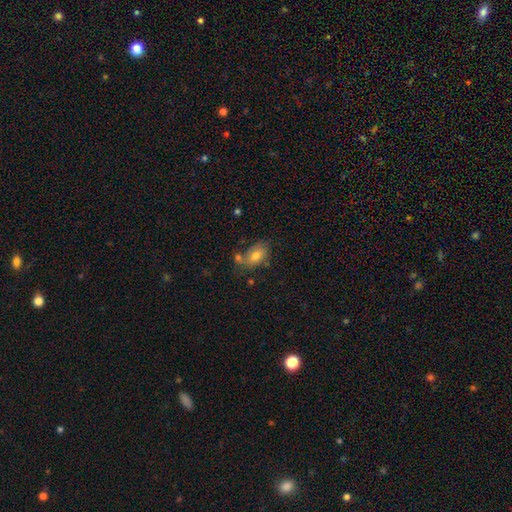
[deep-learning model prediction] This is likely a smooth galaxy (66%). How rounded: clearly in between (87%). Merging: possibly none (48%).